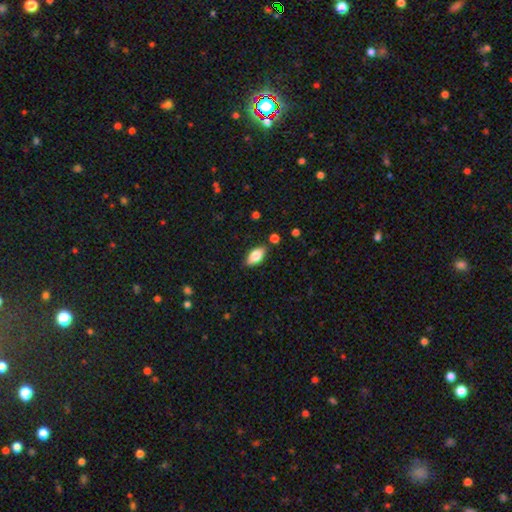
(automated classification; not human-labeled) Smooth or featured: smooth — 78% (featured or disk — 15%)
How rounded: in between — 89% (cigar-shaped — 8%)
Merging: none — 84% (minor disturbance — 11%)